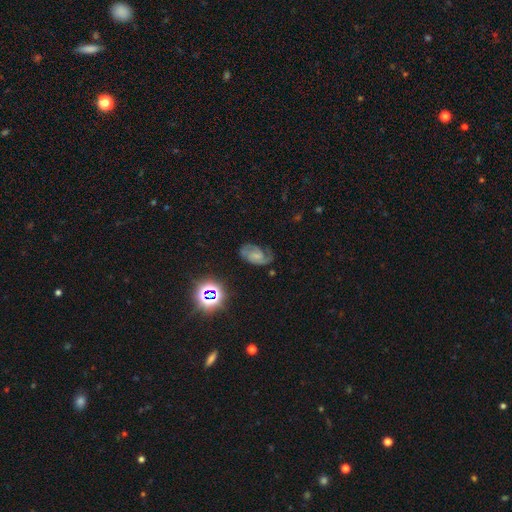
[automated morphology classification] Smooth or featured?
  - featured or disk: 66% *
  - smooth: 21%
  - star or artifact: 13%
Edge-on disk?
  - no: 97% *
  - yes: 3%
Bar?
  - no: 56% *
  - weak: 36%
  - strong: 9%
Spiral arms?
  - yes: 91% *
  - no: 9%
Spiral winding?
  - medium: 47% *
  - tight: 34%
  - loose: 19%
Spiral arm count?
  - 2: 59% *
  - 1: 20%
  - can't tell: 14%
  - 3: 5%
  - 4: 2%
  - more than 4: 1%
Bulge size?
  - small: 47% *
  - none: 27%
  - moderate: 21%
  - large: 4%
  - dominant: 2%
Merging?
  - none: 55% *
  - minor disturbance: 25%
  - major disturbance: 18%
  - merger: 2%